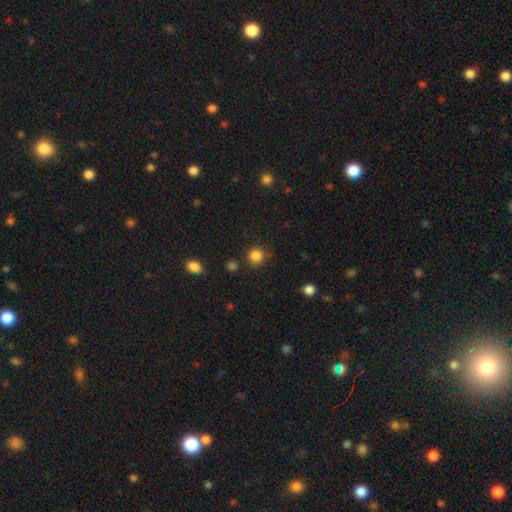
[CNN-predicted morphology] The model was most divided on "smooth or featured": smooth: 84%, star or artifact: 12%, featured or disk: 4%. More confident: how rounded — round (91%); merging — none (84%).